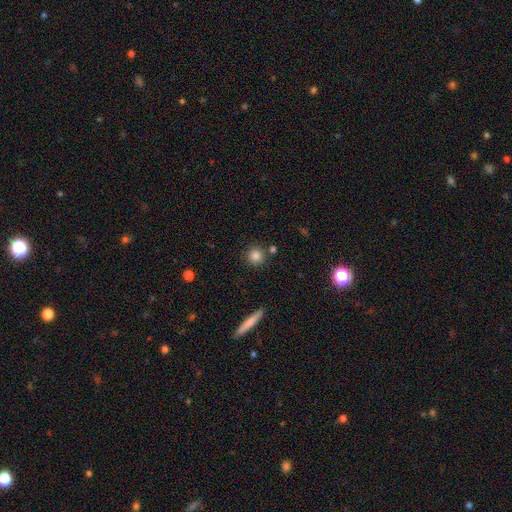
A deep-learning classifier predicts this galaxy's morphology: Overall: smooth (83%). How rounded: round (91%). Merging: none (83%).